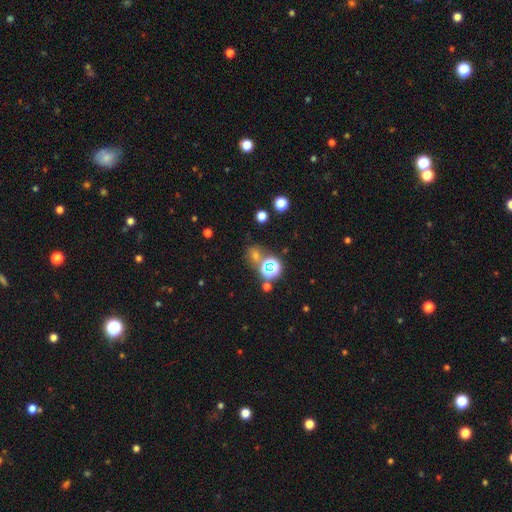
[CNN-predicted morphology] Smooth or featured: star or artifact — 52% (smooth — 39%)